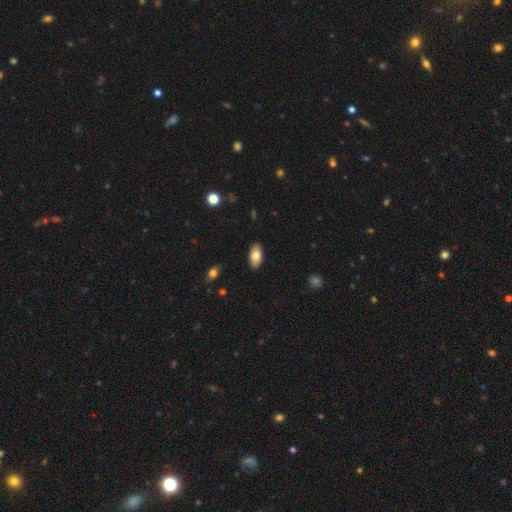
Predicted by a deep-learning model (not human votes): Smooth or featured? smooth (81%)
How rounded? in between (93%)
Merging? none (88%)